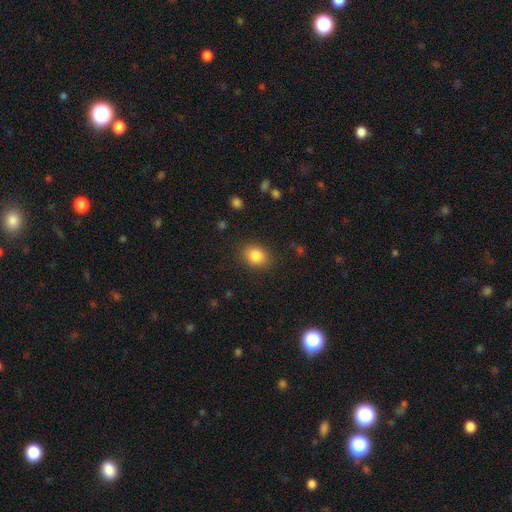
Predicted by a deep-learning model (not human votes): Smooth or featured: smooth — 84% (star or artifact — 10%)
How rounded: round — 51% (in between — 48%)
Merging: none — 86% (minor disturbance — 10%)